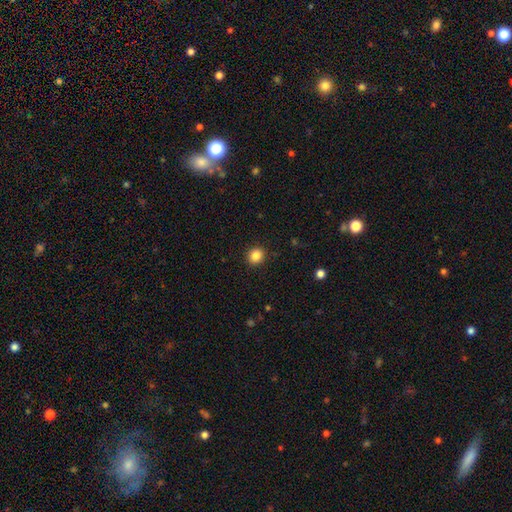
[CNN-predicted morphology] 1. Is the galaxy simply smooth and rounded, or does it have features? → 86% smooth, 11% star or artifact, 4% featured or disk.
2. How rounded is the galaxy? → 87% round, 12% in between, 1% cigar-shaped.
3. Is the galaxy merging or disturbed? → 92% none, 5% minor disturbance, 2% major disturbance, 1% merger.